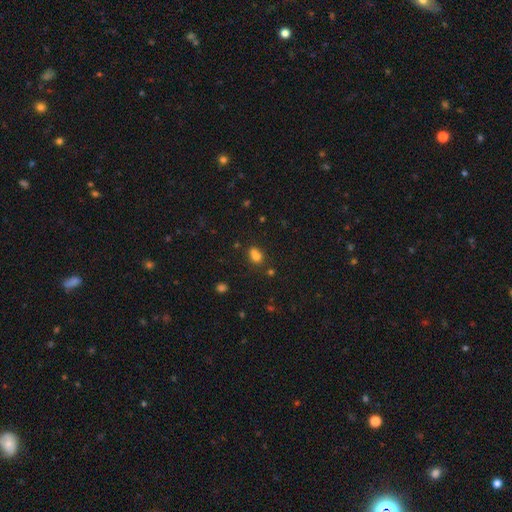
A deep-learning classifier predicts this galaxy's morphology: The model was most divided on "merging": merger: 51%, none: 34%, minor disturbance: 10%, major disturbance: 5%. More confident: smooth or featured — smooth (70%); how rounded — round (62%).